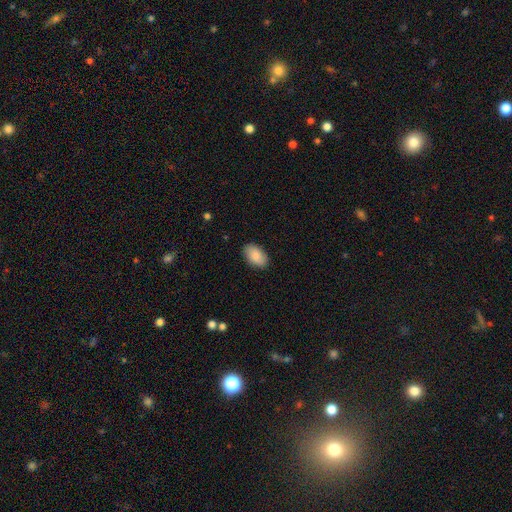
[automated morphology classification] A smooth galaxy with no disk features (87%) that is in between round and cigar-shaped (93%). Merging: none (88%).